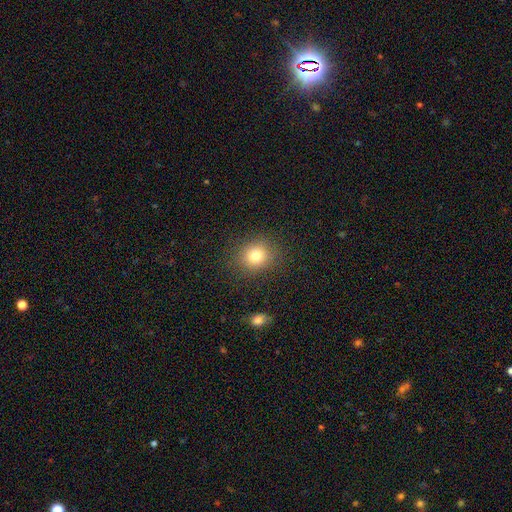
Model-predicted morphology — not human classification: smooth-or-featured: smooth: 78% | star or artifact: 13% | featured or disk: 9%
  how-rounded: round: 78% | in between: 21% | cigar-shaped: 1%
  merging: none: 86% | minor disturbance: 9% | major disturbance: 4% | merger: 1%